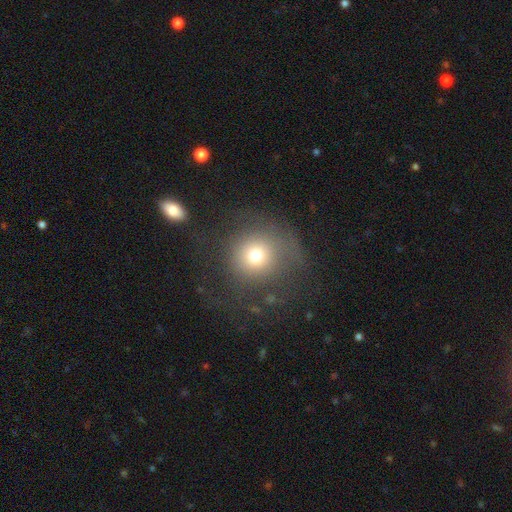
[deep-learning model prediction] Overall: smooth (70%). How rounded: round (91%). Merging: none (61%; major disturbance 21%).